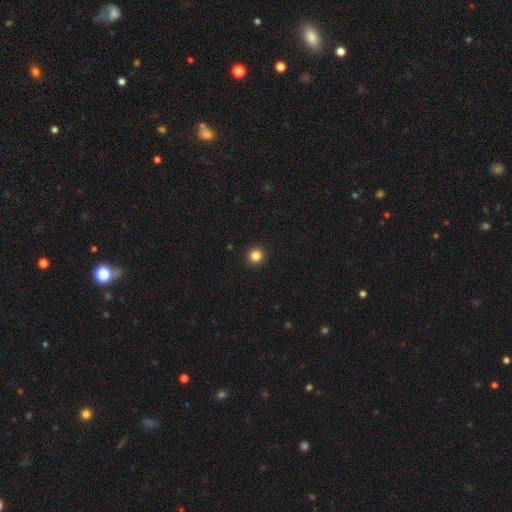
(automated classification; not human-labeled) Smooth or featured? smooth (84%)
How rounded? round (94%)
Merging? none (93%)